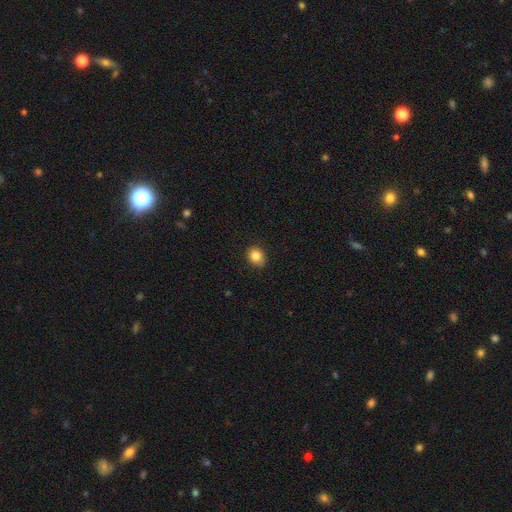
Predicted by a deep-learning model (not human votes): Morphology: type=smooth (84%); roundness=round (65%); merging=none (84%).